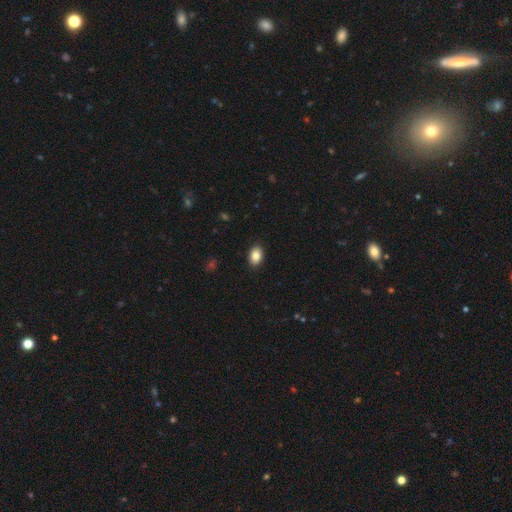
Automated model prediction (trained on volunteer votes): The model was most divided on "how rounded": in between: 82%, round: 17%, cigar-shaped: 1%. More confident: merging — none (90%); smooth or featured — smooth (86%).